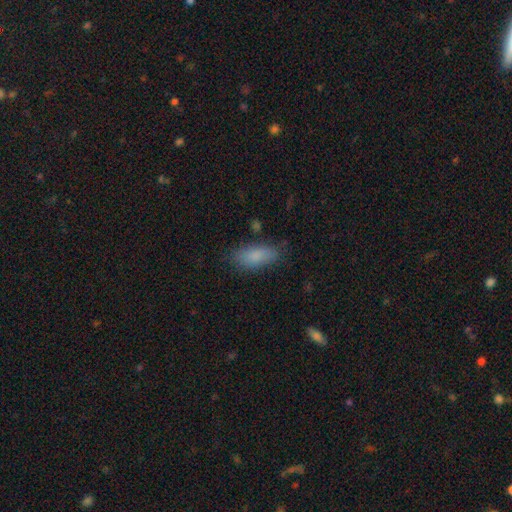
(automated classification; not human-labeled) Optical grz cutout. It shows a smooth galaxy with no disk features (85%) that is in between round and cigar-shaped (80%). Merging: none (79%).